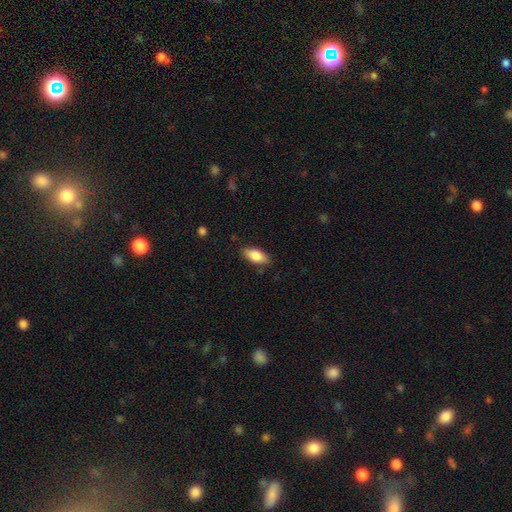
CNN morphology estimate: Smooth or featured? smooth (83%)
How rounded? in between (87%)
Merging? none (82%)